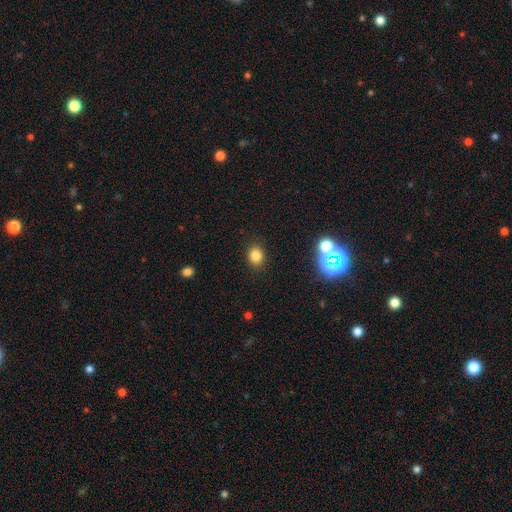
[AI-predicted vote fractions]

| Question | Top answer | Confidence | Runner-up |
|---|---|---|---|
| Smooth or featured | smooth | 81% | star or artifact (14%) |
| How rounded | round | 56% | in between (43%) |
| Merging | none | 88% | minor disturbance (8%) |